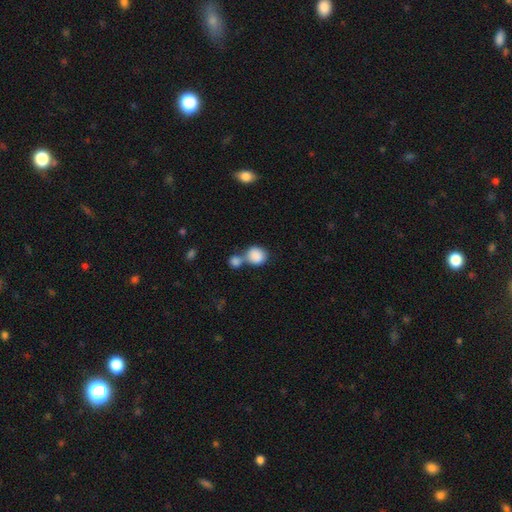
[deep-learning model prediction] Smooth or featured: smooth — 87% (star or artifact — 8%)
How rounded: round — 77% (in between — 21%)
Merging: merger — 50% (none — 37%)